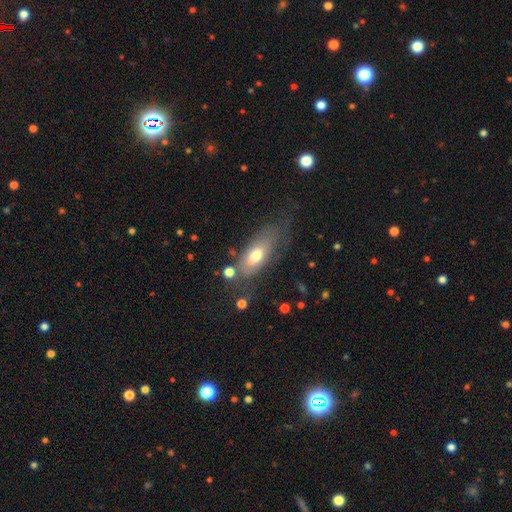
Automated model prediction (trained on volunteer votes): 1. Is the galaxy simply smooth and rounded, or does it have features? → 52% smooth, 40% featured or disk, 8% star or artifact.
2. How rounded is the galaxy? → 79% in between, 17% cigar-shaped, 4% round.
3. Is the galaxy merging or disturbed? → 51% none, 25% minor disturbance, 18% major disturbance, 6% merger.